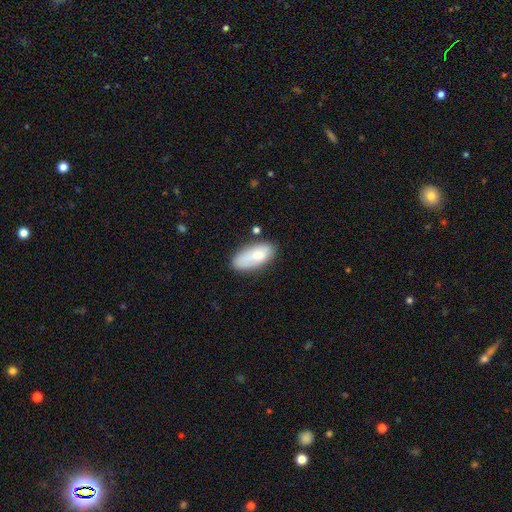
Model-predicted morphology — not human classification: Smooth or featured: smooth — 79% (featured or disk — 14%)
How rounded: in between — 86% (cigar-shaped — 12%)
Merging: none — 63% (minor disturbance — 24%)